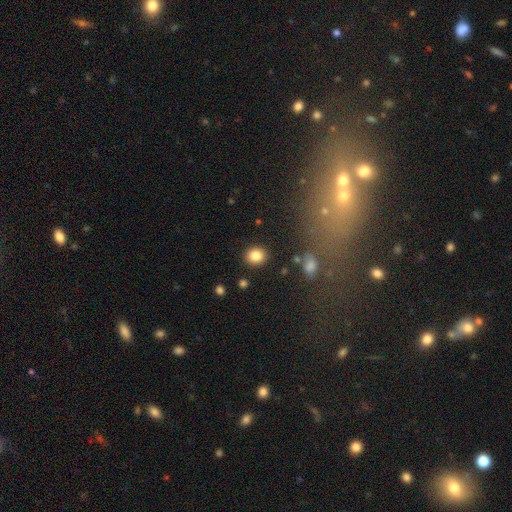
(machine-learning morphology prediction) A smooth galaxy with no disk features (84%) that is round (74%). Merging: none (88%).